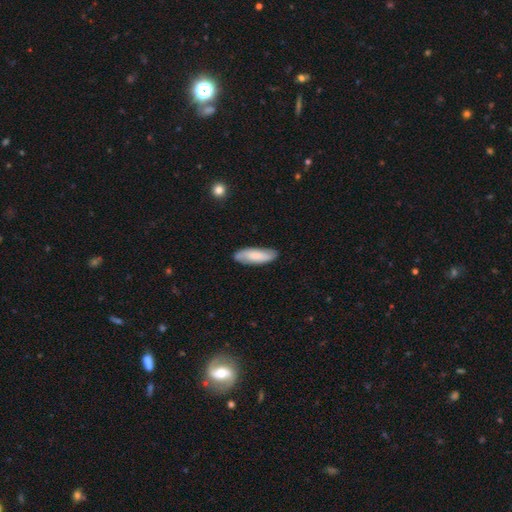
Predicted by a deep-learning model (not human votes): Overall: smooth (68%). How rounded: in between (57%; cigar-shaped 41%). Merging: none (82%).